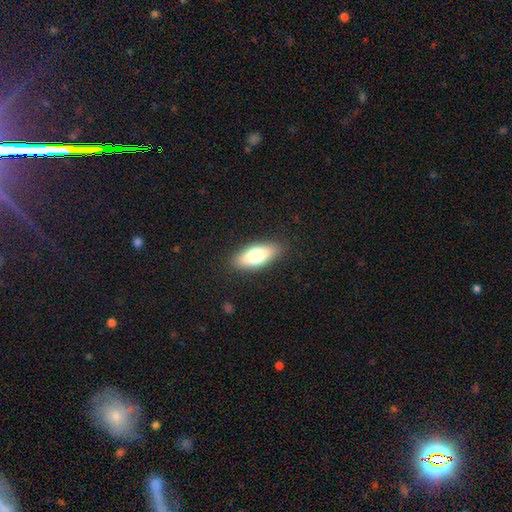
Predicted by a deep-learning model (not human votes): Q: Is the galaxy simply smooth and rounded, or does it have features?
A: smooth — 72%.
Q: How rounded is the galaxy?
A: in between — 77%.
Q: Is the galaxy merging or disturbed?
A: none — 87%.